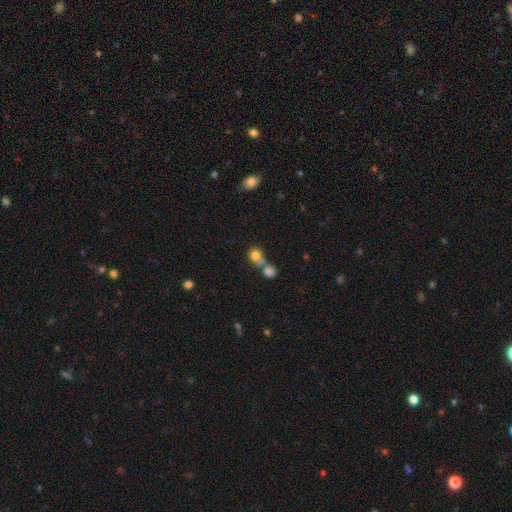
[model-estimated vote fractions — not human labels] The model was most divided on "merging": merger: 58%, none: 30%, minor disturbance: 7%, major disturbance: 5%. More confident: how rounded — round (80%); smooth or featured — smooth (79%).